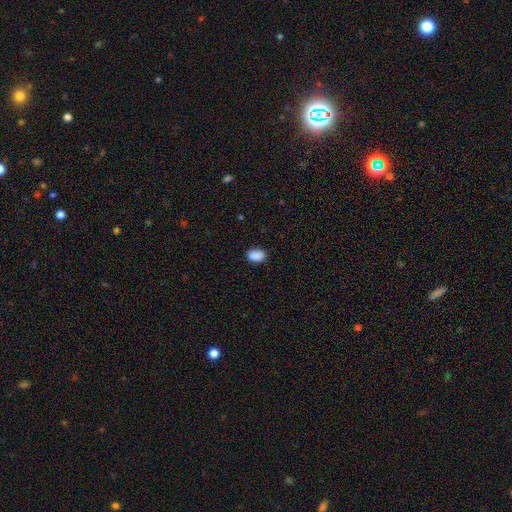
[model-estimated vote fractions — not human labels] Smooth or featured? Predicted: smooth (p=0.89). How rounded? Predicted: in between (p=0.81). Merging? Predicted: none (p=0.85).